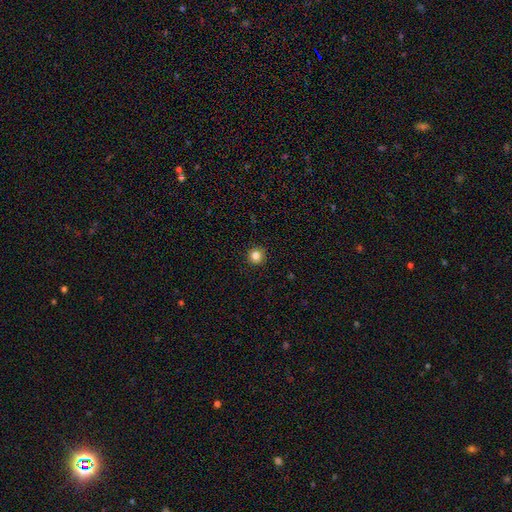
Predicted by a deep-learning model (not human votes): smooth 84%, star or artifact 12%, featured or disk 4%. Down the decision tree: how rounded — round (95%); merging — none (92%).